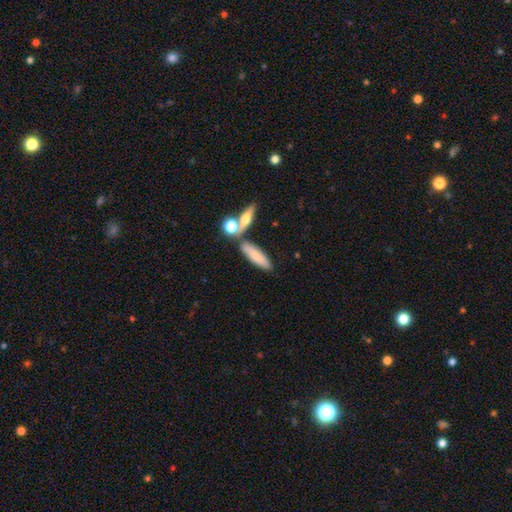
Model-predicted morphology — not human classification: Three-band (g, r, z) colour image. It shows a smooth galaxy with no disk features (74%) that is cigar-shaped (58%). Merging: none (66%).